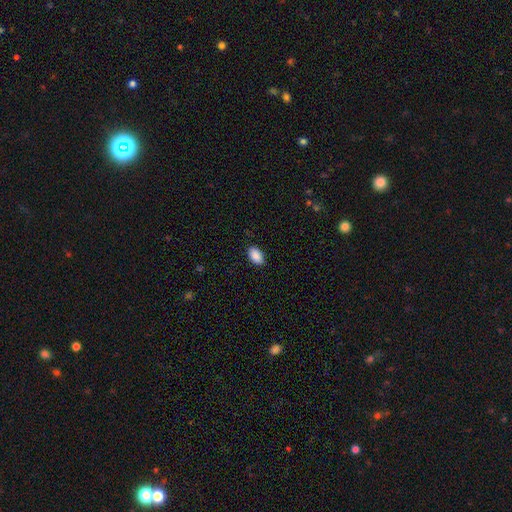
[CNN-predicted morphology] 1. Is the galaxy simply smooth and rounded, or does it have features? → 90% smooth, 7% star or artifact, 3% featured or disk.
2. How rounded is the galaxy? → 93% in between, 5% round, 2% cigar-shaped.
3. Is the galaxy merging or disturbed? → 87% none, 10% minor disturbance, 2% major disturbance, 1% merger.